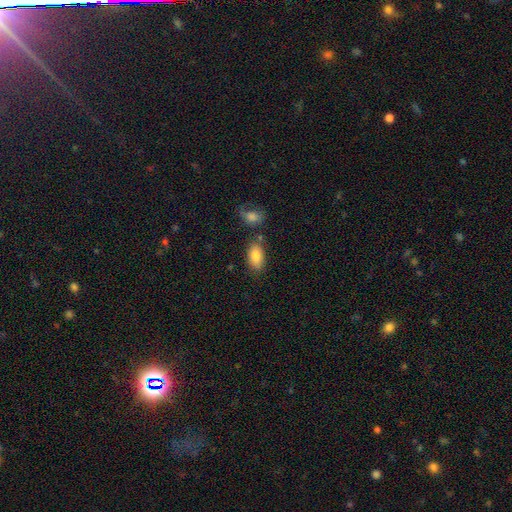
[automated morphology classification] A smooth galaxy with no disk features (86%) that is in between round and cigar-shaped (92%). Merging: none (70%).